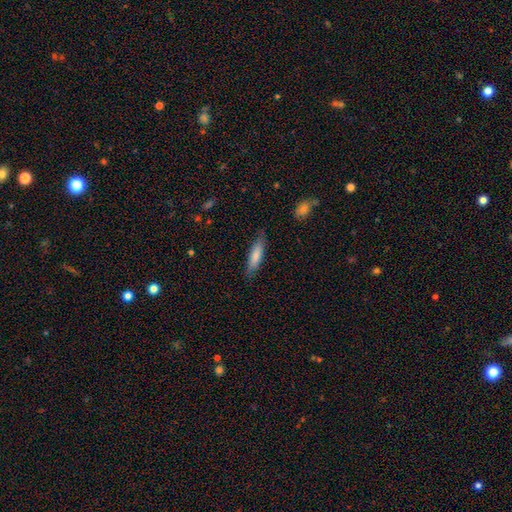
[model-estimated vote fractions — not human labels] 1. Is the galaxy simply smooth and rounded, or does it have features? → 79% smooth, 15% featured or disk, 6% star or artifact.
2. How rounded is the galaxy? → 67% cigar-shaped, 32% in between, 1% round.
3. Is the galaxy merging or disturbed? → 80% none, 15% minor disturbance, 3% major disturbance, 1% merger.